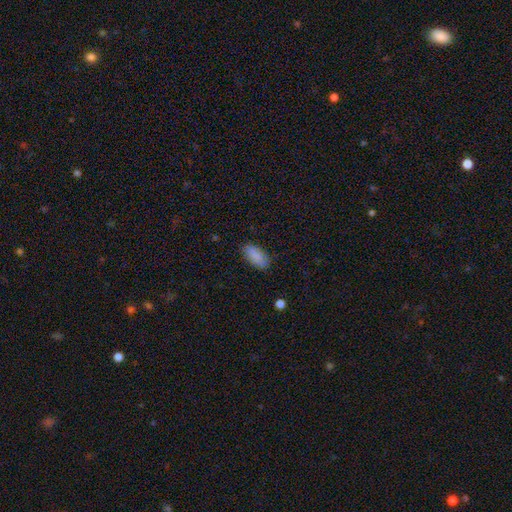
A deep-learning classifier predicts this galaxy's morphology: Overall: smooth (88%). How rounded: in between (88%). Merging: none (85%).